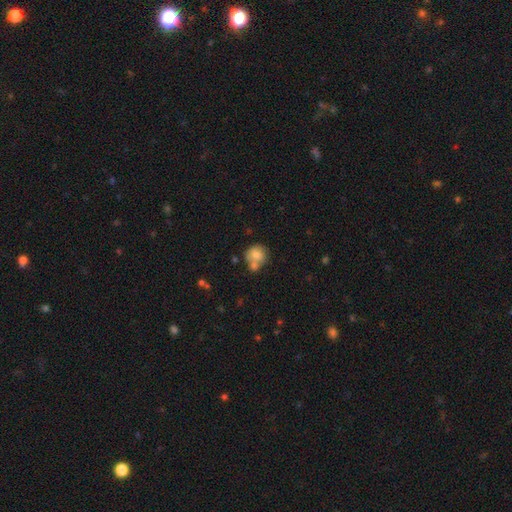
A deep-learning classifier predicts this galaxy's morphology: type=smooth (76%); roundness=round (75%); merging=merger (40%, tied with none).